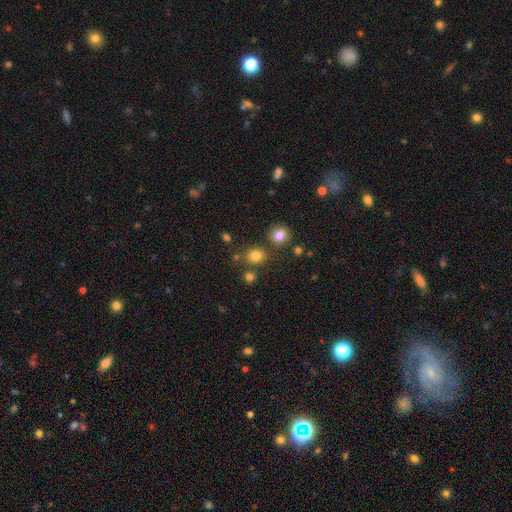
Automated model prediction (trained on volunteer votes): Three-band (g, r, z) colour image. It shows a smooth galaxy with no disk features (79%) that is round (75%). Merging: none (77%).